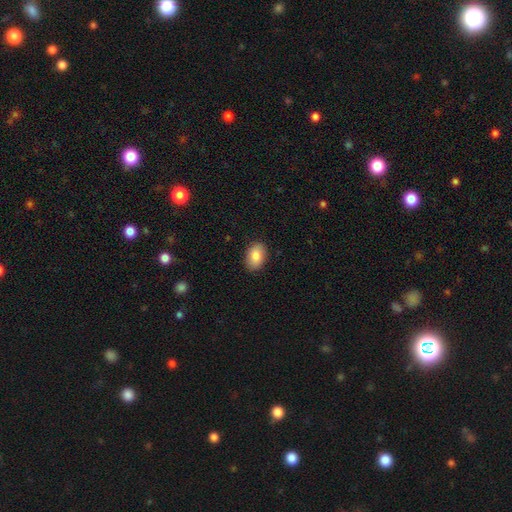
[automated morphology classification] The model was most divided on "how rounded": in between: 87%, round: 12%, cigar-shaped: 1%. More confident: merging — none (89%); smooth or featured — smooth (86%).